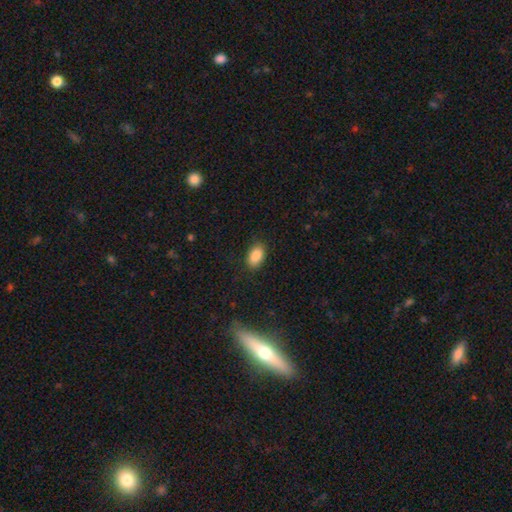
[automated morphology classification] Overall: smooth (89%). How rounded: in between (92%). Merging: none (85%).